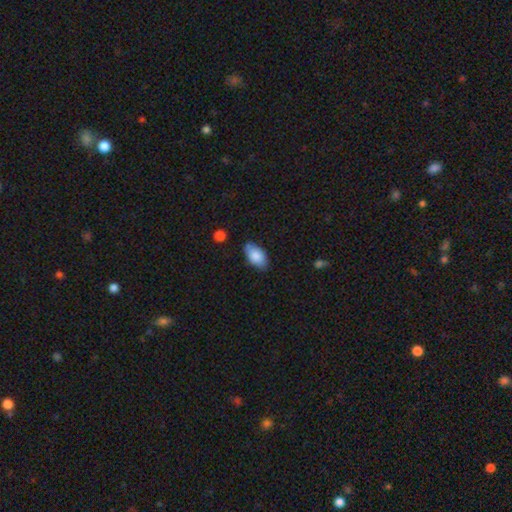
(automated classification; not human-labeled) smooth-or-featured: smooth: 84% | featured or disk: 9% | star or artifact: 7%
  how-rounded: in between: 94% | round: 4% | cigar-shaped: 2%
  merging: none: 76% | minor disturbance: 18% | major disturbance: 3% | merger: 2%